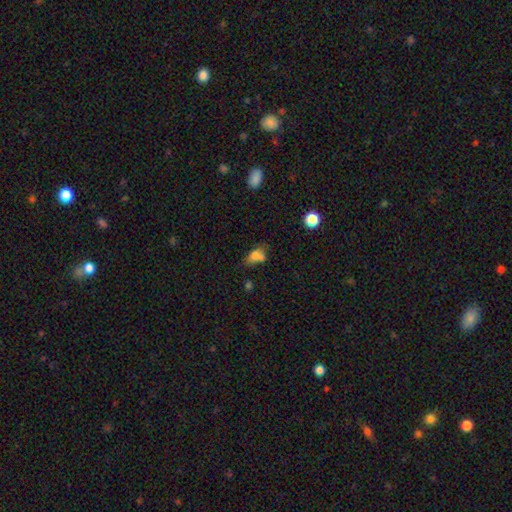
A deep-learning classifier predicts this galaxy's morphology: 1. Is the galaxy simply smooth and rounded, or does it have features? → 70% smooth, 16% featured or disk, 14% star or artifact.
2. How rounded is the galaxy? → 76% in between, 19% round, 5% cigar-shaped.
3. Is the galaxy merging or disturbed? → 35% none, 25% minor disturbance, 25% merger, 14% major disturbance.